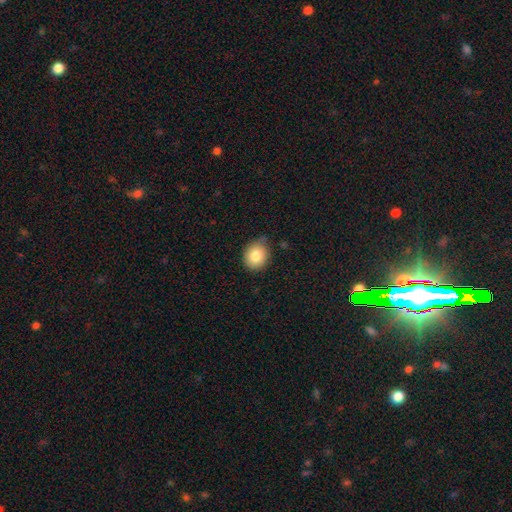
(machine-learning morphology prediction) smooth-or-featured: smooth: 83% | star or artifact: 9% | featured or disk: 8%
  how-rounded: round: 71% | in between: 28% | cigar-shaped: 1%
  merging: none: 75% | minor disturbance: 20% | major disturbance: 3% | merger: 2%